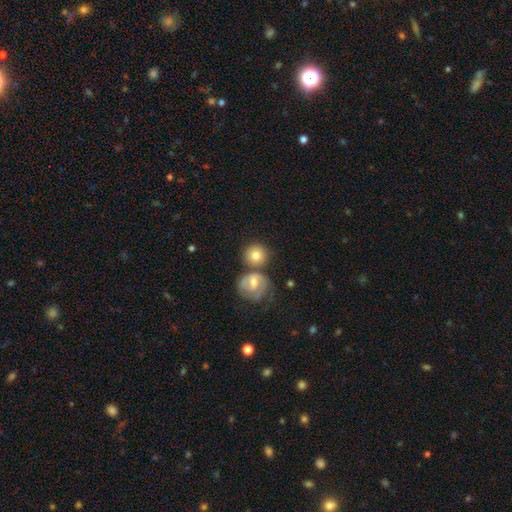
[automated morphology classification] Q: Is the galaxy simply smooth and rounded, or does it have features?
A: smooth — 76%.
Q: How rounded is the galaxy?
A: round — 87%.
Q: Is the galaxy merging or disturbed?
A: none — 55%.